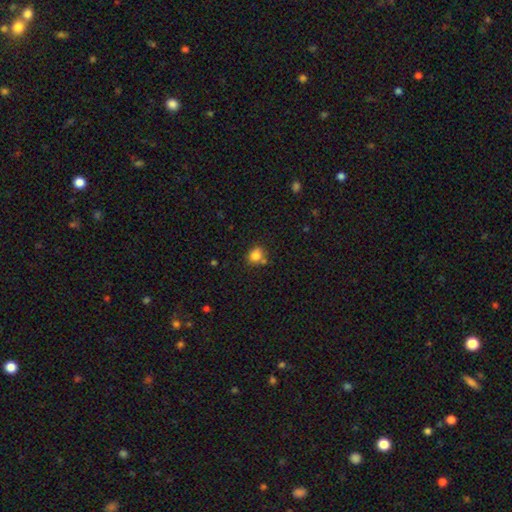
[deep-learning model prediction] Q: Smooth or featured?
A: smooth (81%); runner-up: star or artifact (12%)
Q: How rounded?
A: round (69%); runner-up: in between (30%)
Q: Merging?
A: none (62%); runner-up: merger (17%)